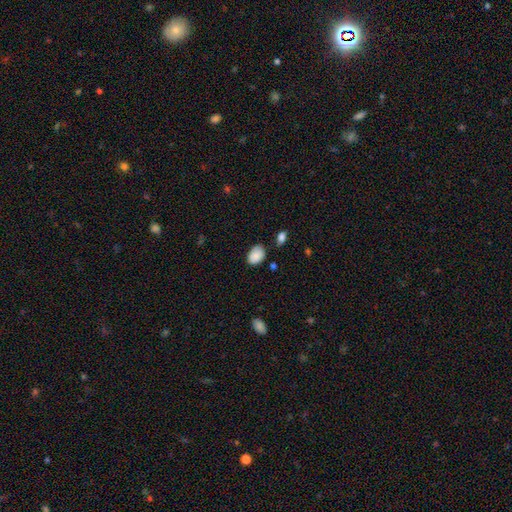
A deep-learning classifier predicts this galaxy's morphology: A smooth galaxy with no disk features (86%) that is in between round and cigar-shaped (81%).

Vote fractions:
- Smooth or featured? smooth: 86% / star or artifact: 7% / featured or disk: 7%
- How rounded? in between: 81% / round: 18% / cigar-shaped: 1%
- Merging? none: 67% / minor disturbance: 25% / major disturbance: 4% / merger: 3%